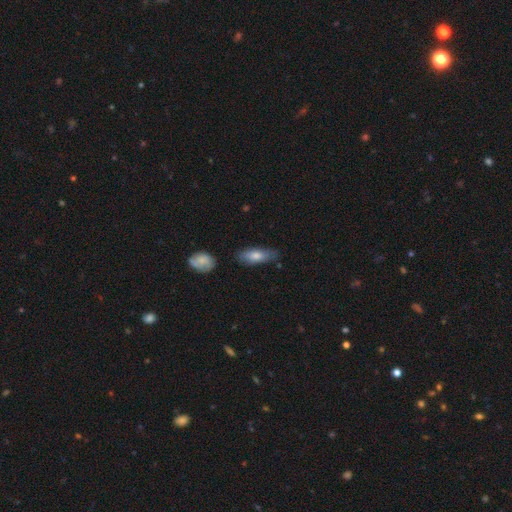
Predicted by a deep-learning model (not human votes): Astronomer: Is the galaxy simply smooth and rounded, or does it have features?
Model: smooth — 76%.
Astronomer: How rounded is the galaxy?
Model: in between — 70%.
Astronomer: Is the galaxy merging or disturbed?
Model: none — 73%.